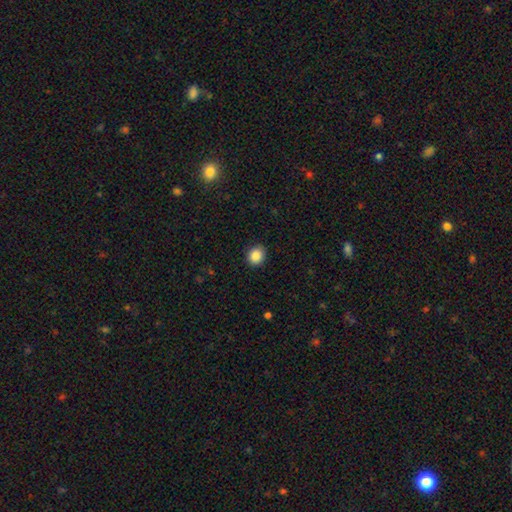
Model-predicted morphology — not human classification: Q: Smooth or featured?
A: smooth (88%); runner-up: star or artifact (9%)
Q: How rounded?
A: round (75%); runner-up: in between (24%)
Q: Merging?
A: none (88%); runner-up: minor disturbance (8%)